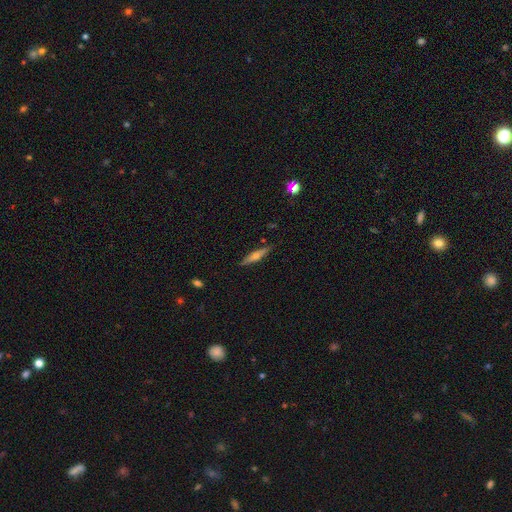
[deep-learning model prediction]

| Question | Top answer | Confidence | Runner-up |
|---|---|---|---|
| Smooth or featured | featured or disk | 52% | smooth (41%) |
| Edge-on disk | yes | 94% | no (6%) |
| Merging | none | 87% | minor disturbance (9%) |